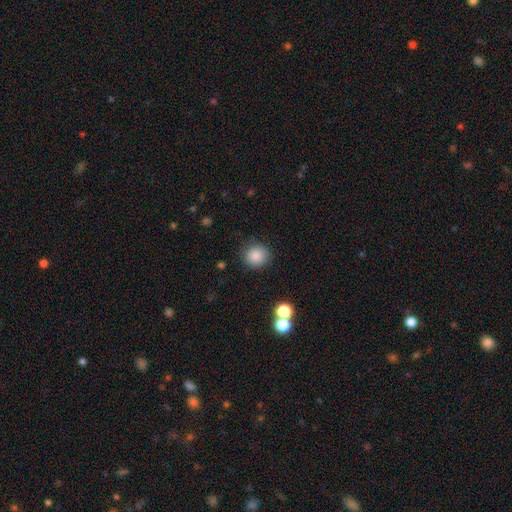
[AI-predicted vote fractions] Smooth or featured? Predicted: smooth (p=0.86). How rounded? Predicted: round (p=0.90). Merging? Predicted: none (p=0.87).